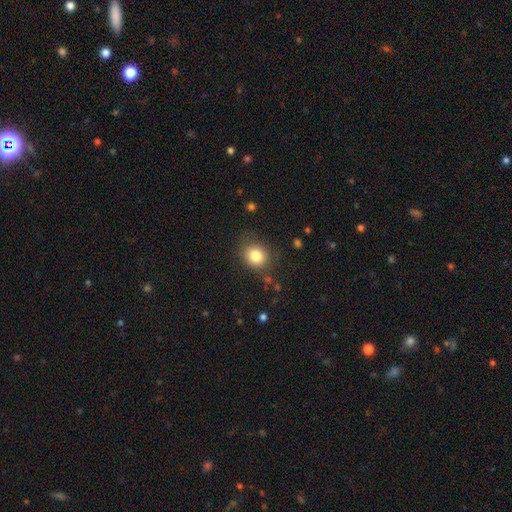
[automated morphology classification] type=smooth (82%); roundness=round (77%); merging=none (78%).